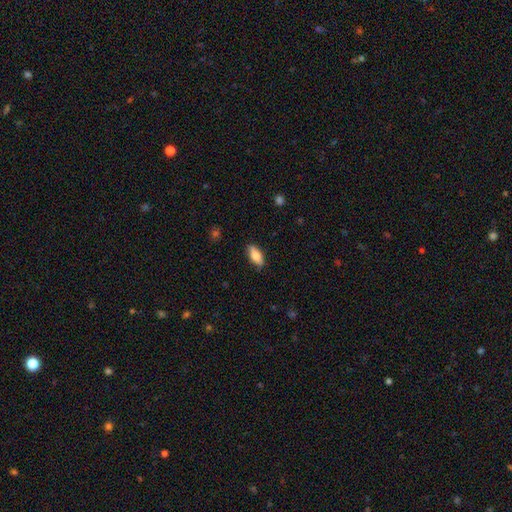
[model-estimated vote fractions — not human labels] A smooth galaxy with no disk features (78%) that is in between round and cigar-shaped (78%). Merging: none (85%).